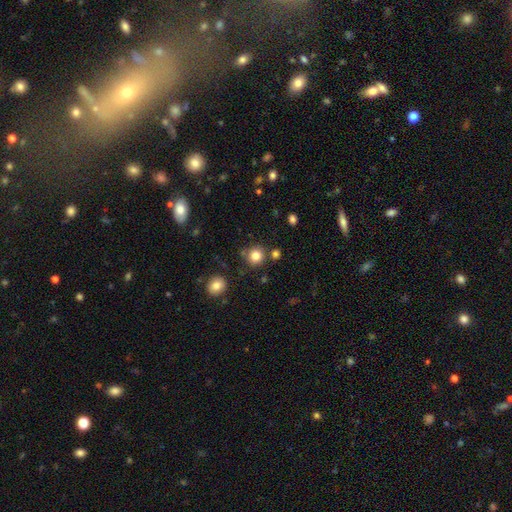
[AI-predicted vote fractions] Morphology: type=smooth (82%); roundness=round (92%); merging=none (82%).